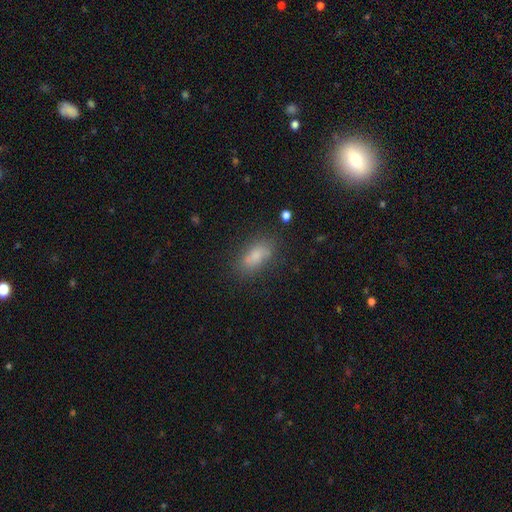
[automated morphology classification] Q: Smooth or featured?
A: smooth (77%); runner-up: featured or disk (12%)
Q: How rounded?
A: in between (84%); runner-up: cigar-shaped (10%)
Q: Merging?
A: none (74%); runner-up: minor disturbance (16%)